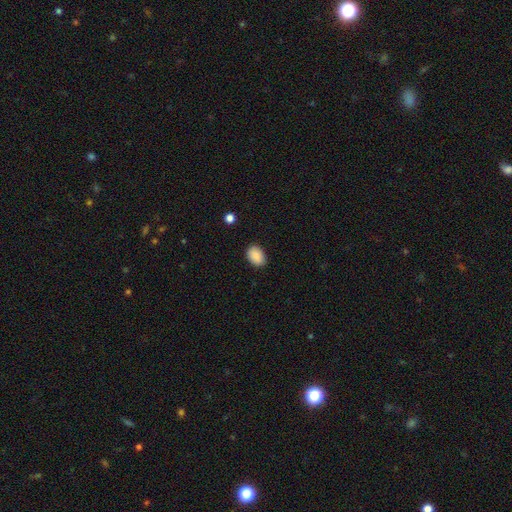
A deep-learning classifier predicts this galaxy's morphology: The model was most divided on "how rounded": in between: 82%, round: 17%, cigar-shaped: 1%. More confident: smooth or featured — smooth (89%); merging — none (85%).